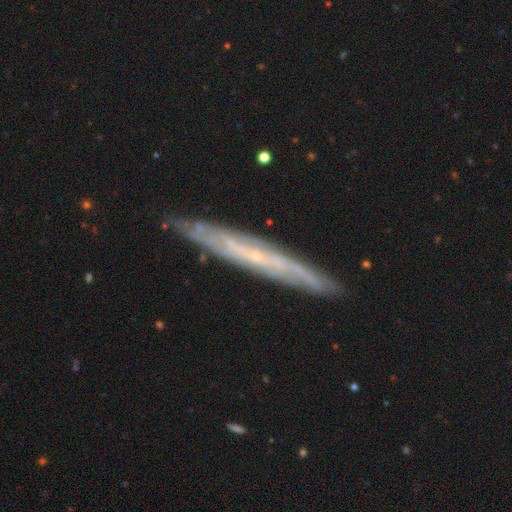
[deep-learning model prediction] Smooth or featured: featured or disk — 74% (smooth — 19%)
Edge-on disk: yes — 72% (no — 28%)
Edge-on bulge: none — 68% (rounded — 29%)
Merging: none — 84% (minor disturbance — 12%)